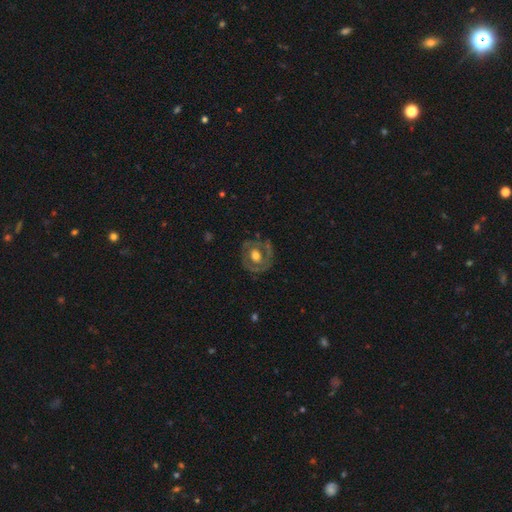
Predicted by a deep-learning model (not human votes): Smooth or featured? featured or disk (63%)
Edge-on disk? no (96%)
Bar? no (73%)
Spiral arms? no (68%)
Bulge size? moderate (61%)
Merging? none (74%)